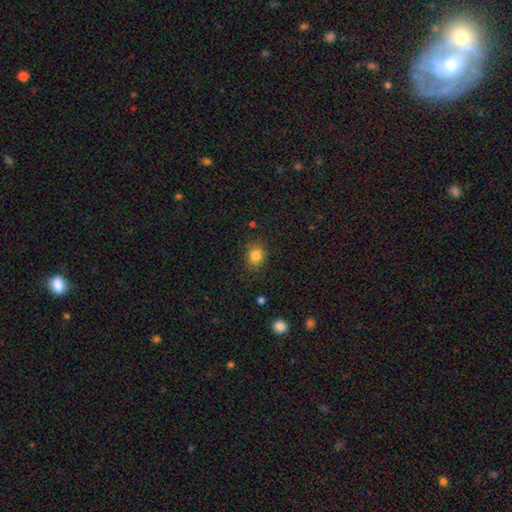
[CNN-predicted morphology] Smooth or featured: smooth — 82% (star or artifact — 11%)
How rounded: round — 59% (in between — 40%)
Merging: none — 82% (minor disturbance — 13%)